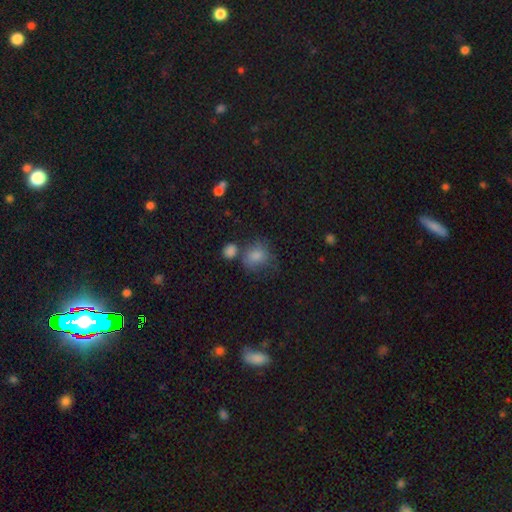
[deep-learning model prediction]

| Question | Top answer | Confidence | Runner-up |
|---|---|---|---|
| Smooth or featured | smooth | 75% | star or artifact (15%) |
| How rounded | round | 69% | in between (30%) |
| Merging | none | 57% | minor disturbance (20%) |